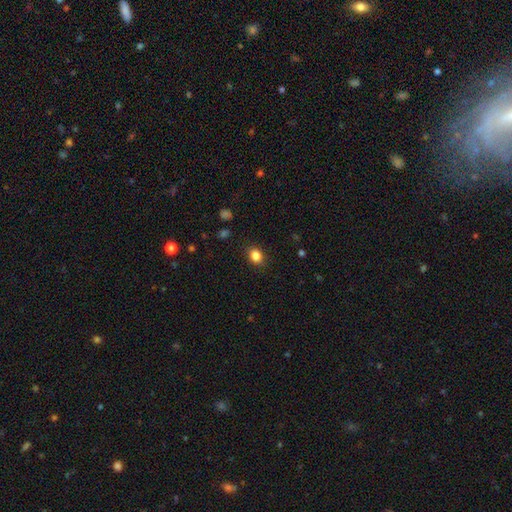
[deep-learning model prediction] Smooth or featured?
  - smooth: 85% *
  - star or artifact: 11%
  - featured or disk: 5%
How rounded?
  - round: 50% *
  - in between: 49%
  - cigar-shaped: 1%
Merging?
  - none: 88% *
  - minor disturbance: 9%
  - major disturbance: 2%
  - merger: 1%